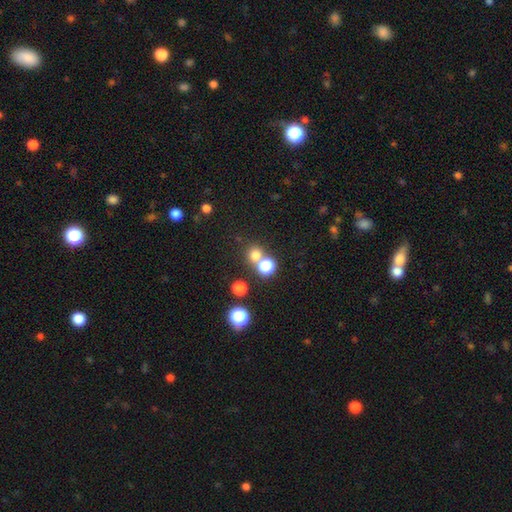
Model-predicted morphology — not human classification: Smooth or featured? Predicted: smooth (p=0.73). How rounded? Predicted: round (p=0.88). Merging? Predicted: none (p=0.60).